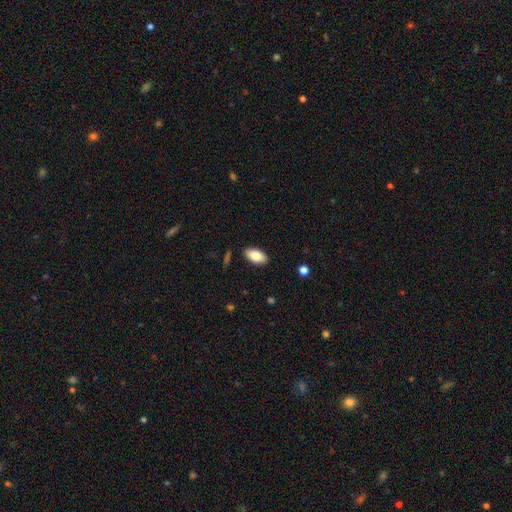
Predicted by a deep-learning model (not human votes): Smooth or featured? smooth (80%)
How rounded? in between (93%)
Merging? none (88%)